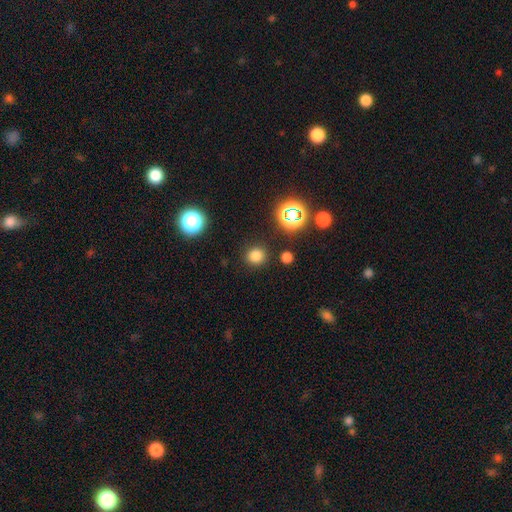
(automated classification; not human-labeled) smooth 77%, star or artifact 19%, featured or disk 5%. Down the decision tree: how rounded — round (88%); merging — none (88%).